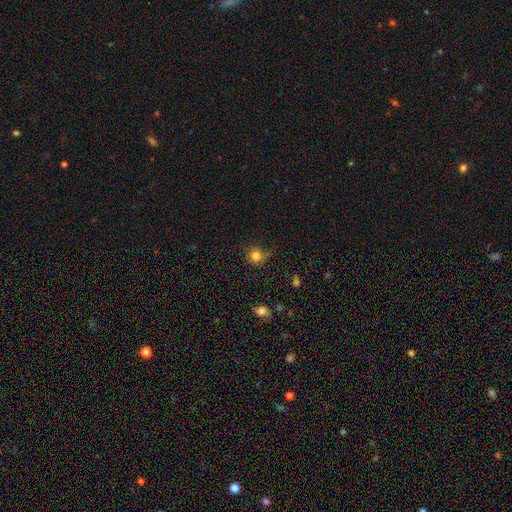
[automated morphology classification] A smooth galaxy with no disk features (80%) that is round (89%).

Vote fractions:
- Smooth or featured? smooth: 80% / star or artifact: 13% / featured or disk: 7%
- How rounded? round: 89% / in between: 10% / cigar-shaped: 1%
- Merging? none: 66% / minor disturbance: 21% / major disturbance: 9% / merger: 4%